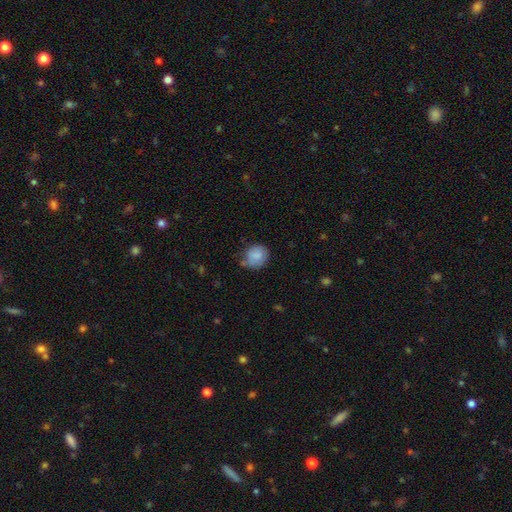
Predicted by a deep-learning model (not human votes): Smooth or featured? Predicted: smooth (p=0.83). How rounded? Predicted: round (p=0.75). Merging? Predicted: none (p=0.59).